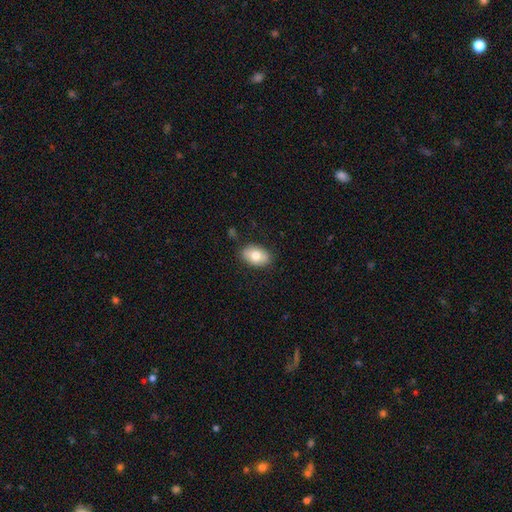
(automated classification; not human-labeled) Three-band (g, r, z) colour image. It shows a smooth galaxy with no disk features (76%) that is in between round and cigar-shaped (86%). Merging: none (84%).